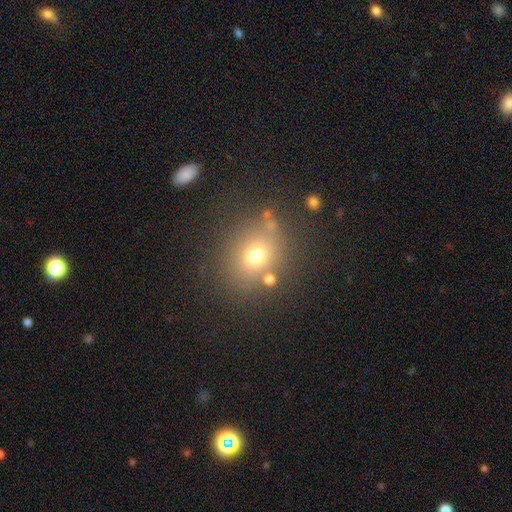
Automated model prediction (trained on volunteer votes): This is likely a smooth galaxy (68%). How rounded: likely round (79%). Merging: likely none (76%).